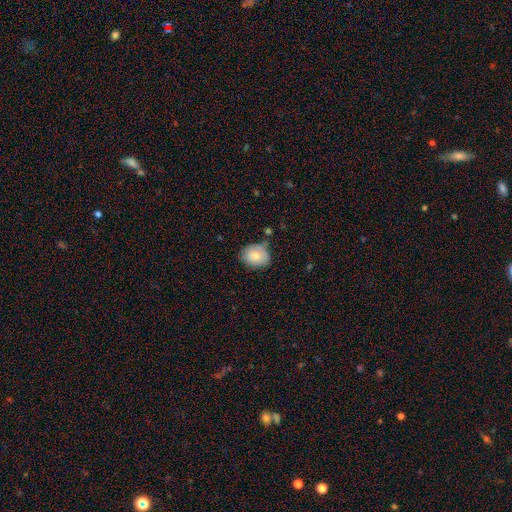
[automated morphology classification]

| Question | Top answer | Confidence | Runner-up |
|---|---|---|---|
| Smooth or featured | smooth | 78% | featured or disk (14%) |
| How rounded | round | 57% | in between (42%) |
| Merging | none | 64% | minor disturbance (25%) |